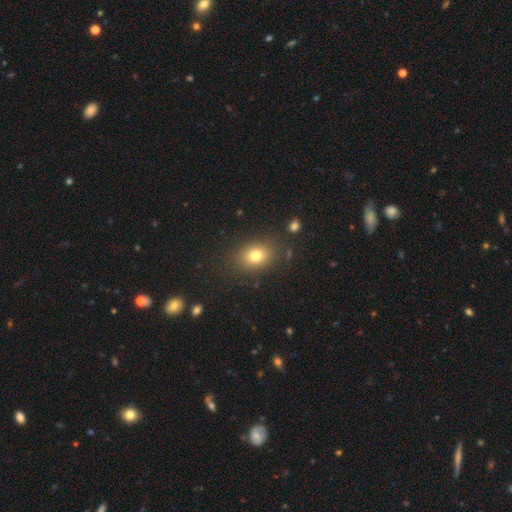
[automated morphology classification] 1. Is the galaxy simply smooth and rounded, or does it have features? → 78% smooth, 12% star or artifact, 10% featured or disk.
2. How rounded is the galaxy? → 63% in between, 36% round, 1% cigar-shaped.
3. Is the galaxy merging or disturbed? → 84% none, 10% minor disturbance, 4% major disturbance, 2% merger.